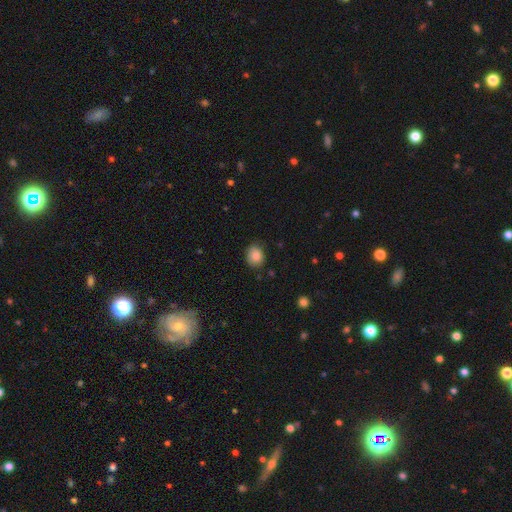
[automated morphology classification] Smooth or featured?
  - smooth: 84% *
  - star or artifact: 9%
  - featured or disk: 7%
How rounded?
  - round: 54% *
  - in between: 45%
  - cigar-shaped: 1%
Merging?
  - none: 81% *
  - minor disturbance: 15%
  - major disturbance: 3%
  - merger: 1%